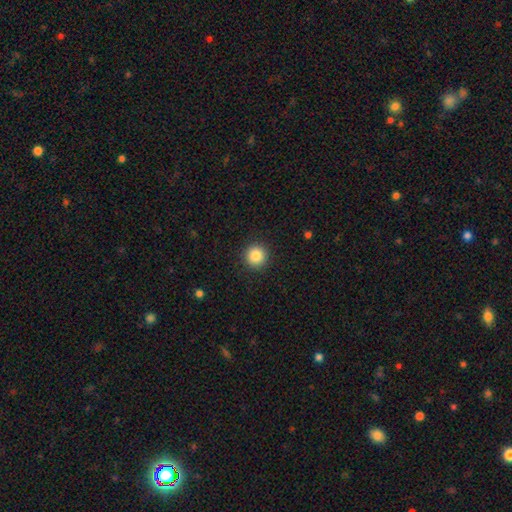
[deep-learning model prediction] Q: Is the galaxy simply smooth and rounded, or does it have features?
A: smooth — 86%.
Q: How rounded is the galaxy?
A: round — 95%.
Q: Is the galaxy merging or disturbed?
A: none — 92%.